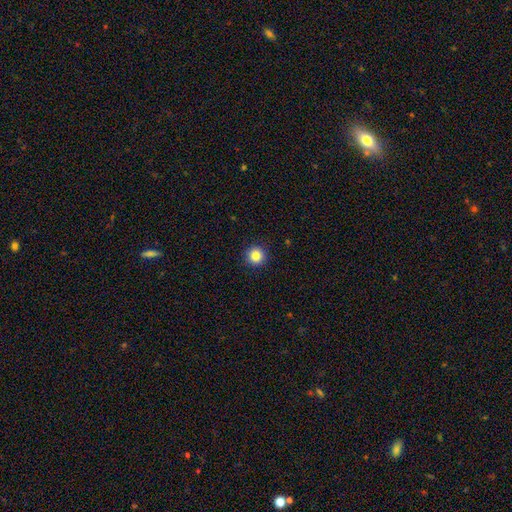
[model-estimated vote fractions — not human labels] This is clearly a smooth galaxy (86%). How rounded: clearly round (95%). Merging: clearly none (92%).